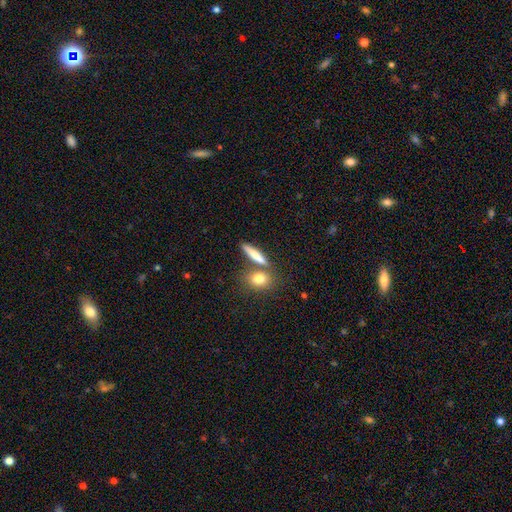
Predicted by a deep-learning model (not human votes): Smooth or featured?
  - smooth: 76% *
  - featured or disk: 17%
  - star or artifact: 7%
How rounded?
  - cigar-shaped: 61% *
  - in between: 26%
  - round: 13%
Merging?
  - none: 68% *
  - merger: 18%
  - minor disturbance: 10%
  - major disturbance: 4%